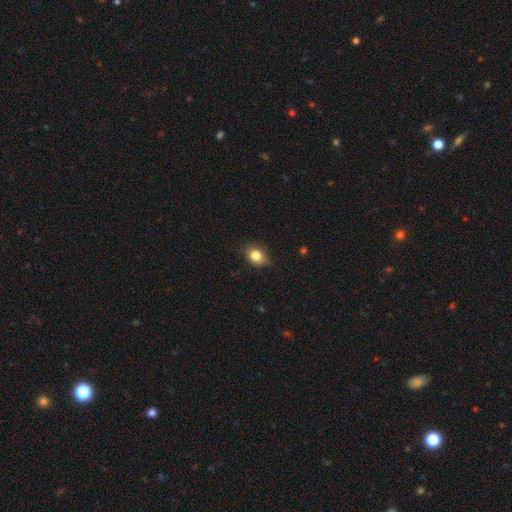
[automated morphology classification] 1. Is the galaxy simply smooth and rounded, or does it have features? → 82% smooth, 10% star or artifact, 8% featured or disk.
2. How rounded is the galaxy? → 61% in between, 38% round, 1% cigar-shaped.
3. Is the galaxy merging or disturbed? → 78% none, 18% minor disturbance, 3% major disturbance, 1% merger.